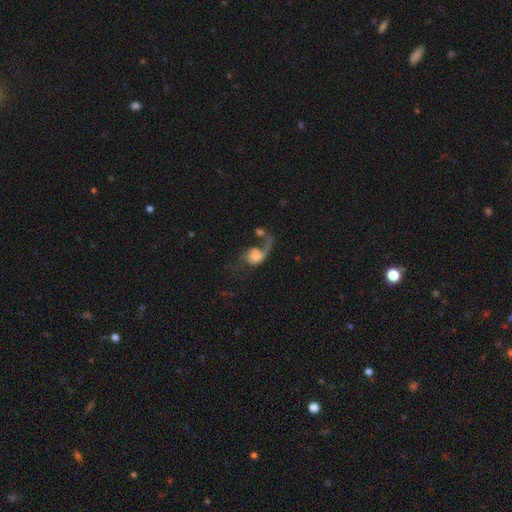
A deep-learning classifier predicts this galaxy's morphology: A featured or disk galaxy (49%). Merging: major disturbance (45%).